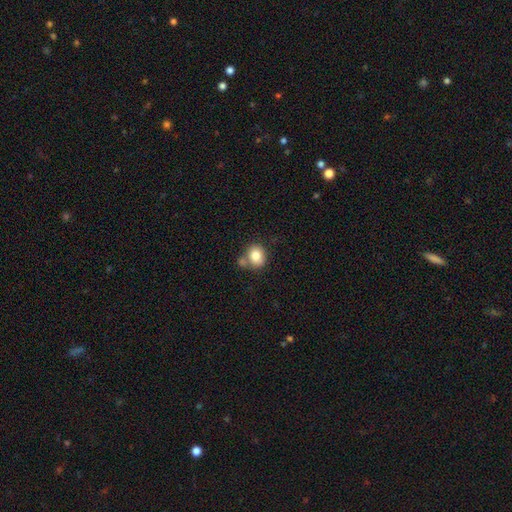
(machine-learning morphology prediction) A smooth galaxy with no disk features (81%) that is round (68%). Merging: none (56%).